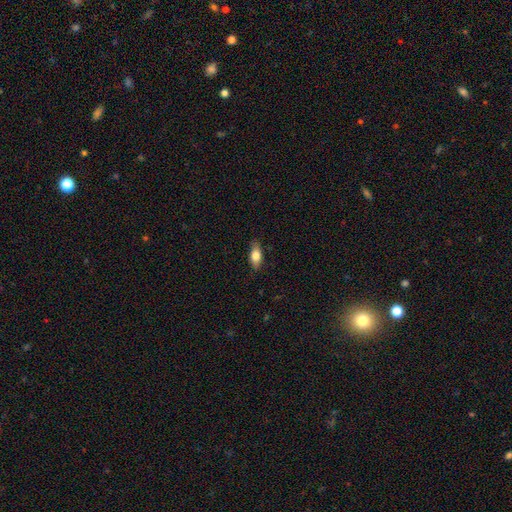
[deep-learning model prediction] smooth_or_featured: smooth (p=0.74) [alt: featured or disk p=0.19]
how_rounded: in between (p=0.80) [alt: cigar-shaped p=0.16]
merging: none (p=0.82) [alt: minor disturbance p=0.14]